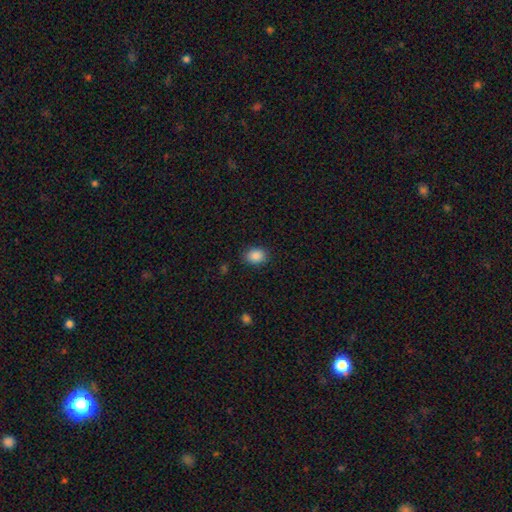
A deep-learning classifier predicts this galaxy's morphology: A smooth galaxy with no disk features (88%) that is in between round and cigar-shaped (66%).

Vote fractions:
- Smooth or featured? smooth: 88% / star or artifact: 8% / featured or disk: 4%
- How rounded? in between: 66% / round: 33% / cigar-shaped: 1%
- Merging? none: 86% / minor disturbance: 10% / major disturbance: 3% / merger: 1%